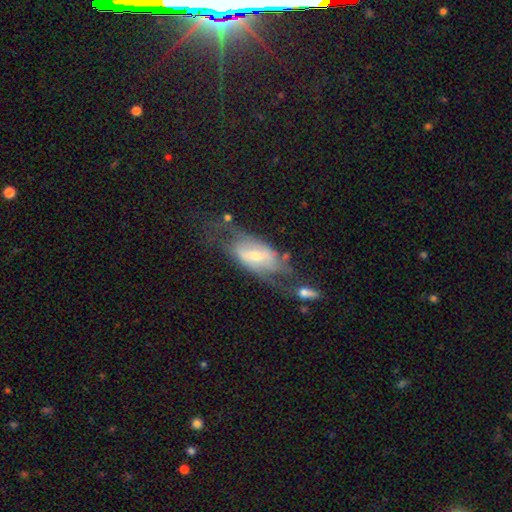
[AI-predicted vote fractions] A featured or disk galaxy (64%) with a weak bar (40%), spiral arms (66%) and a moderate central bulge (46%, tied with small). Merging: none (38%).